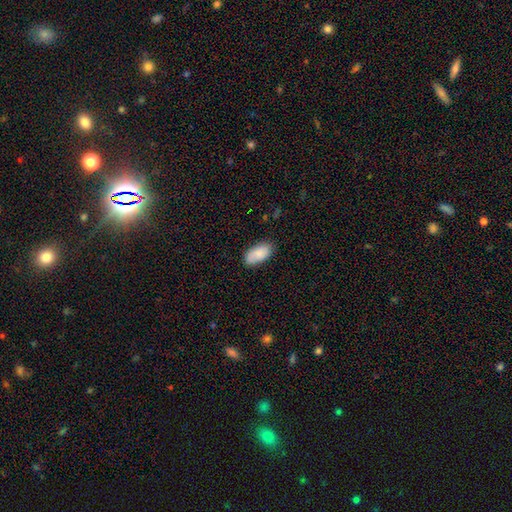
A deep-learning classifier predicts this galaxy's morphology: Smooth or featured? smooth (84%)
How rounded? in between (94%)
Merging? none (78%)